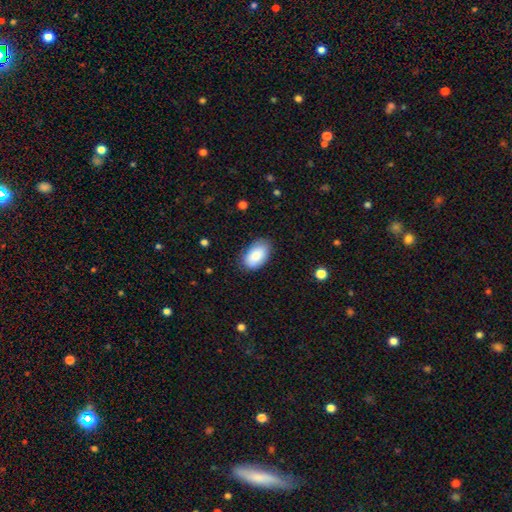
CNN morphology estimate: A smooth galaxy with no disk features (84%) that is in between round and cigar-shaped (93%).

Vote fractions:
- Smooth or featured? smooth: 84% / featured or disk: 9% / star or artifact: 6%
- How rounded? in between: 93% / round: 6% / cigar-shaped: 1%
- Merging? none: 82% / minor disturbance: 14% / major disturbance: 3% / merger: 1%